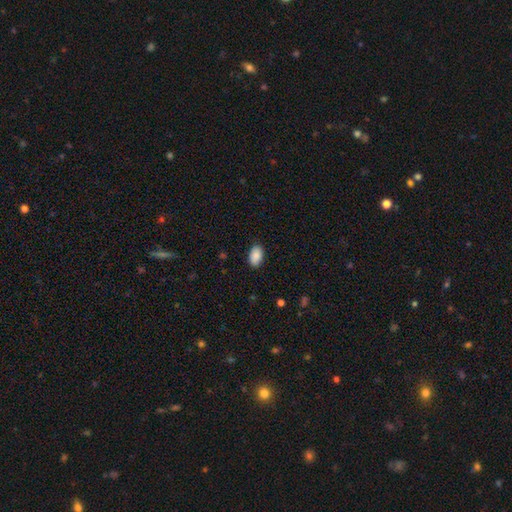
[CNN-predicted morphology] smooth_or_featured: smooth (p=0.89) [alt: star or artifact p=0.07]
how_rounded: in between (p=0.93) [alt: round p=0.06]
merging: none (p=0.87) [alt: minor disturbance p=0.10]